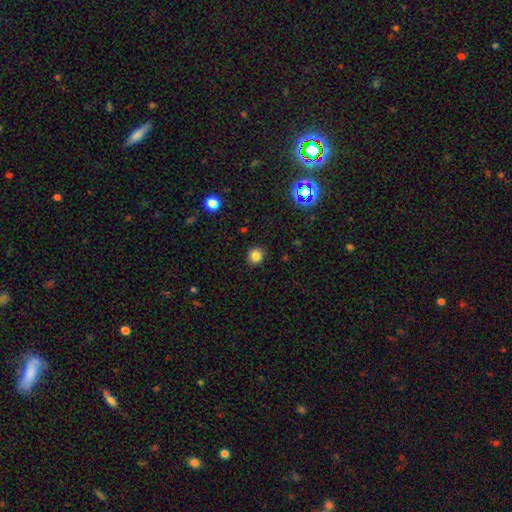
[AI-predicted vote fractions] Overall: smooth (83%). How rounded: round (86%). Merging: none (90%).